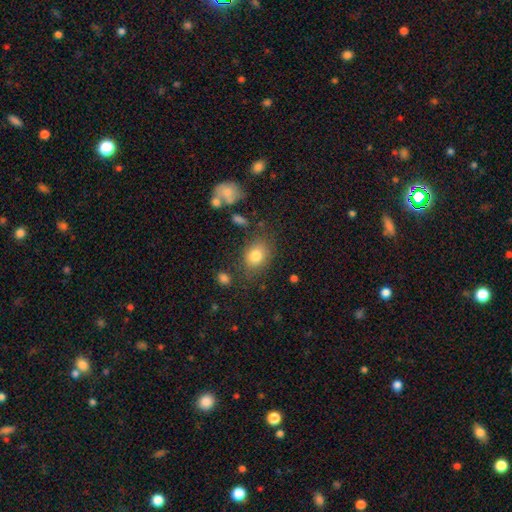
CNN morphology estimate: smooth 80%, star or artifact 11%, featured or disk 9%. Down the decision tree: how rounded — in between (61%); merging — none (75%).